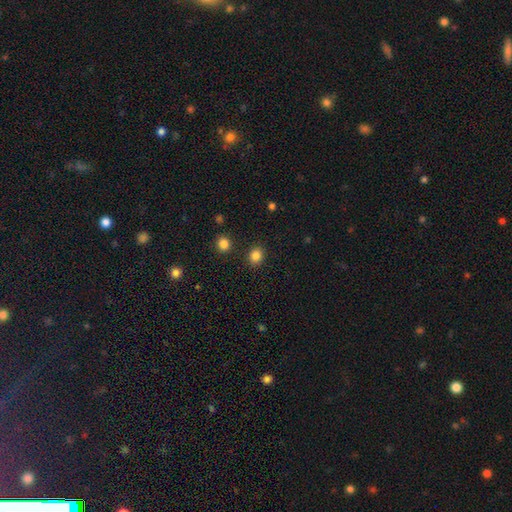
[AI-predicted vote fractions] Smooth or featured: smooth — 83% (star or artifact — 12%)
How rounded: round — 65% (in between — 35%)
Merging: none — 88% (minor disturbance — 7%)